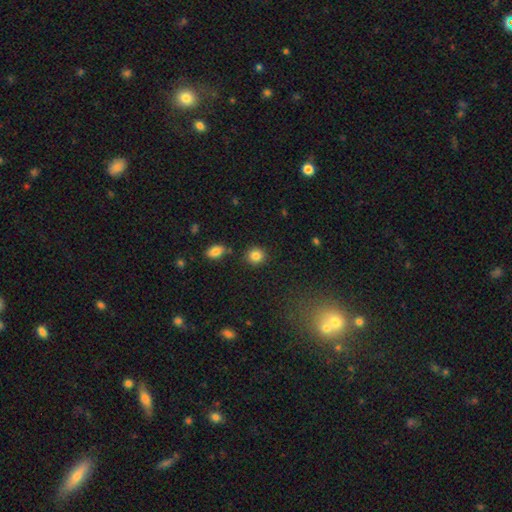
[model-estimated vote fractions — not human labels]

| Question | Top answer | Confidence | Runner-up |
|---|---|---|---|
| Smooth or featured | smooth | 85% | star or artifact (10%) |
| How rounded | round | 84% | in between (15%) |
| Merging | none | 85% | minor disturbance (8%) |